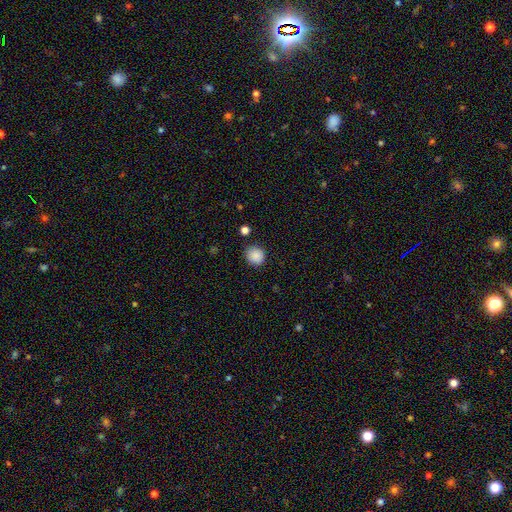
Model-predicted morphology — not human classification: smooth 87%, star or artifact 9%, featured or disk 3%. Down the decision tree: how rounded — round (89%); merging — none (85%).